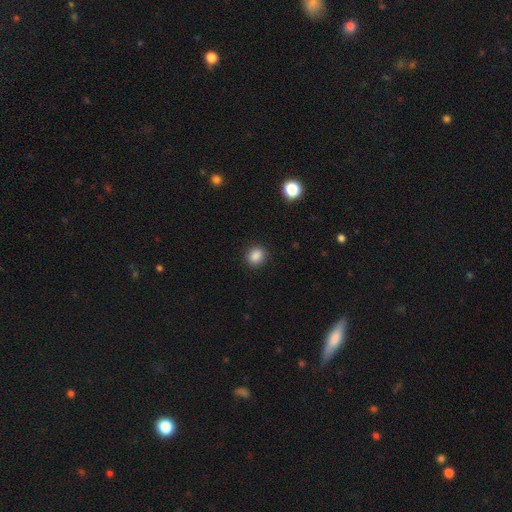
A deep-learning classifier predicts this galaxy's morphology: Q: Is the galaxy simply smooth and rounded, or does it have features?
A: smooth — 87%.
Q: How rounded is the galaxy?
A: round — 73%.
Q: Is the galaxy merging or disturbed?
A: none — 89%.